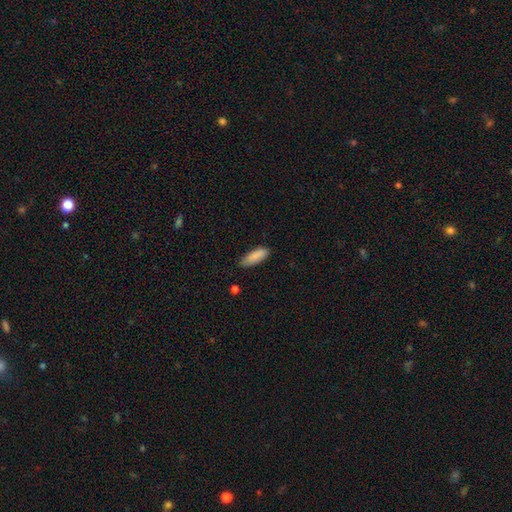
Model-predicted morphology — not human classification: A smooth galaxy with no disk features (86%) that is in between round and cigar-shaped (67%). Merging: none (78%).